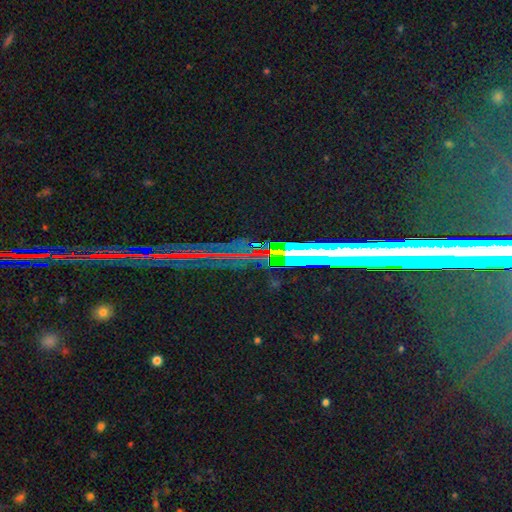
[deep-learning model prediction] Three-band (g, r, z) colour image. It shows a star or artifact, not a galaxy (71%).